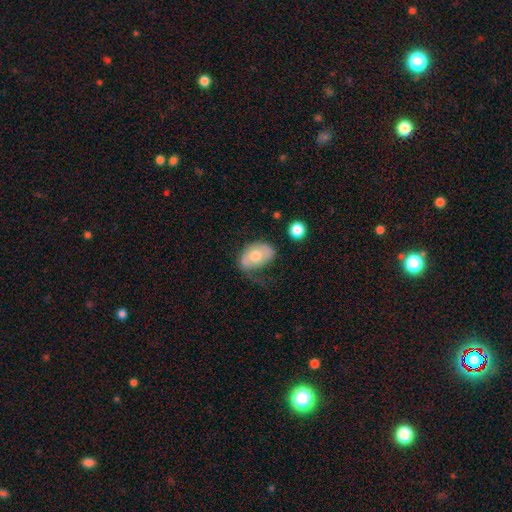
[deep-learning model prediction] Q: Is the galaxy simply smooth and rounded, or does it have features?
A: smooth — 56%.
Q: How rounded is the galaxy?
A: in between — 83%.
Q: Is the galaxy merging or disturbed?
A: none — 39%.